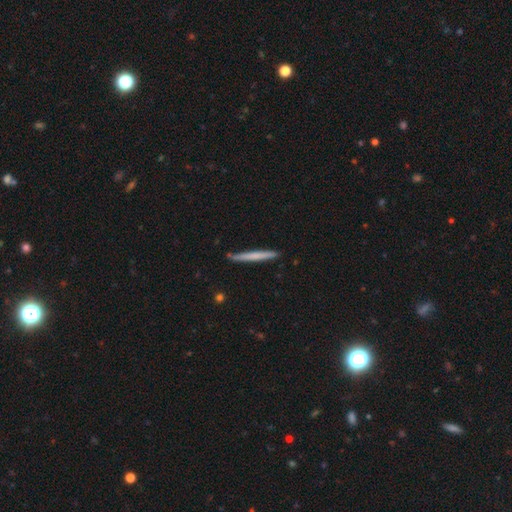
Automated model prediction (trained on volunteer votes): Smooth or featured?
  - smooth: 63% *
  - featured or disk: 32%
  - star or artifact: 5%
How rounded?
  - cigar-shaped: 97% *
  - in between: 2%
  - round: 1%
Merging?
  - none: 84% *
  - minor disturbance: 12%
  - major disturbance: 2%
  - merger: 2%